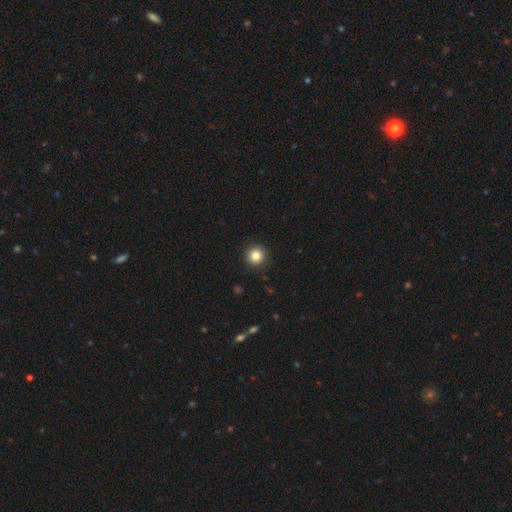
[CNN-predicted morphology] Q: Smooth or featured?
A: smooth (85%); runner-up: star or artifact (11%)
Q: How rounded?
A: round (95%); runner-up: in between (4%)
Q: Merging?
A: none (92%); runner-up: minor disturbance (5%)